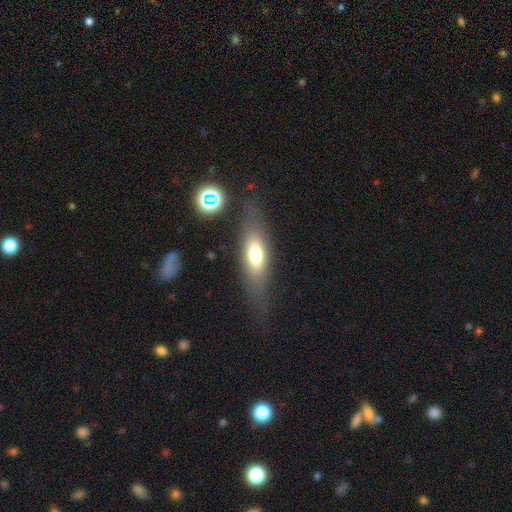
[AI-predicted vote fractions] Morphology: type=smooth (58%); roundness=in between (50%); merging=none (71%).